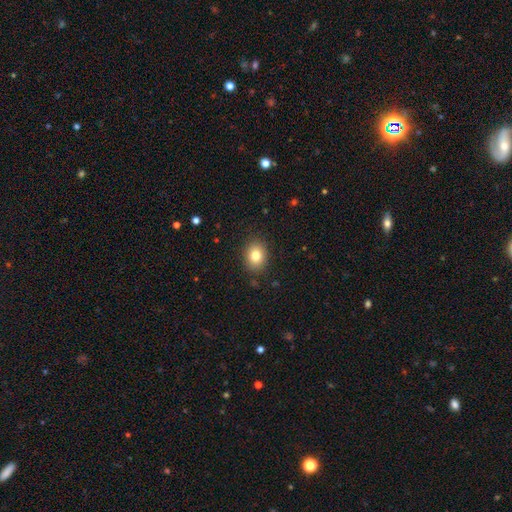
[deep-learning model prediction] A smooth galaxy with no disk features (81%) that is in between round and cigar-shaped (54%). Merging: none (87%).